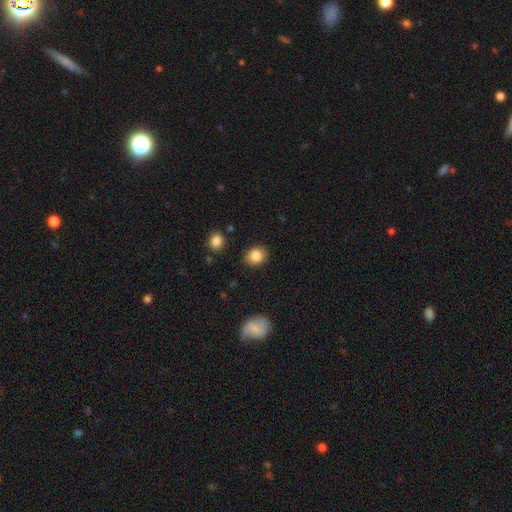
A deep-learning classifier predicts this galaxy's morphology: Smooth or featured: smooth — 85% (star or artifact — 9%)
How rounded: in between — 50% (round — 49%)
Merging: none — 86% (minor disturbance — 10%)